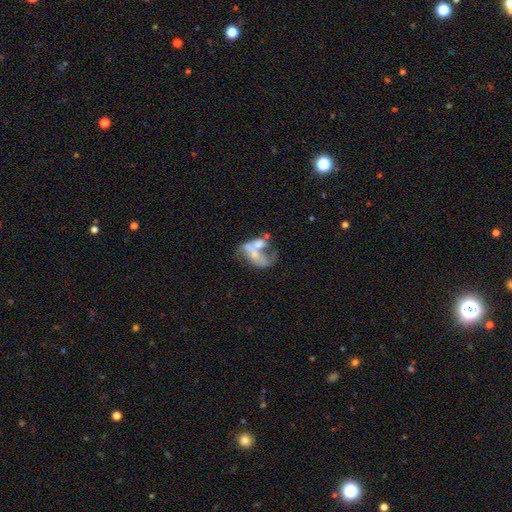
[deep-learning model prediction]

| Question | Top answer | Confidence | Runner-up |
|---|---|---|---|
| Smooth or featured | featured or disk | 57% | smooth (32%) |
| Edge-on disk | no | 96% | yes (4%) |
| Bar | no | 81% | weak (13%) |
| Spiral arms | no | 81% | yes (19%) |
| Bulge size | none | 42% | moderate (25%) |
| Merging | merger | 50% | major disturbance (25%) |